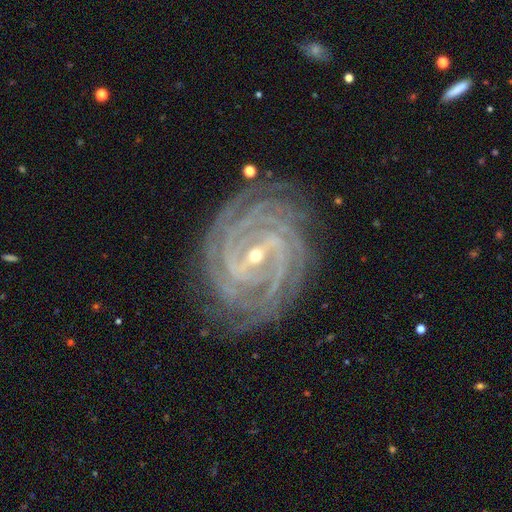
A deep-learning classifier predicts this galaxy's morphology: Smooth or featured: featured or disk — 93% (star or artifact — 4%)
Edge-on disk: no — 97% (yes — 3%)
Bar: strong — 52% (weak — 35%)
Spiral arms: yes — 99% (no — 1%)
Spiral winding: tight — 84% (medium — 14%)
Spiral arm count: 4 — 35% (more than 4 — 19%)
Bulge size: small — 69% (moderate — 28%)
Merging: none — 80% (minor disturbance — 15%)